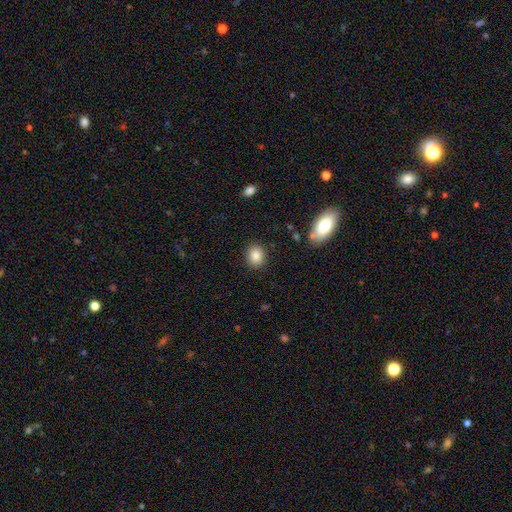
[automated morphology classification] type=smooth (86%); roundness=round (65%); merging=none (88%).